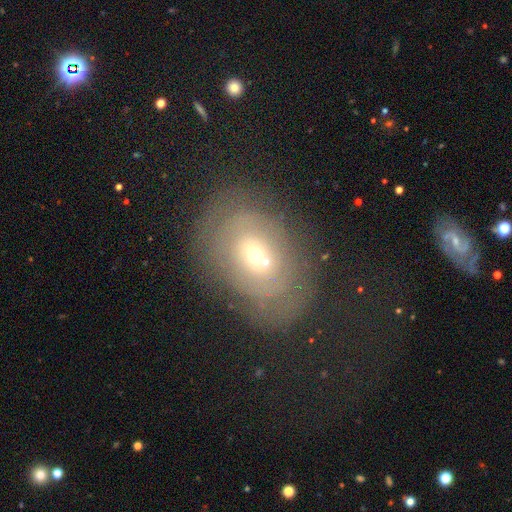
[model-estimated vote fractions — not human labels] Overall: featured or disk (49%; smooth 38%). Merging: none (57%; minor disturbance 20%).